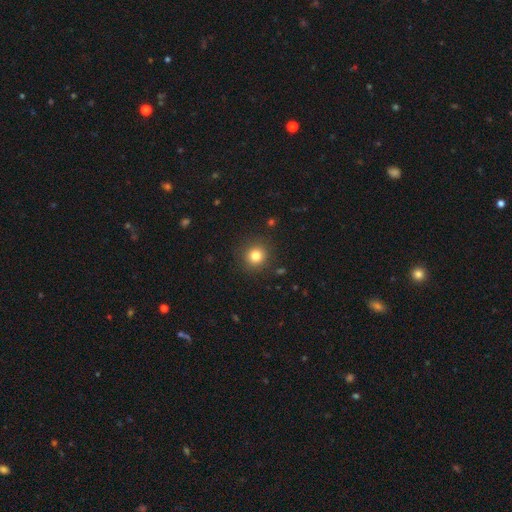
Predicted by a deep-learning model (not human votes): A smooth galaxy with no disk features (81%) that is round (92%).

Vote fractions:
- Smooth or featured? smooth: 81% / star or artifact: 12% / featured or disk: 6%
- How rounded? round: 92% / in between: 7% / cigar-shaped: 1%
- Merging? none: 90% / minor disturbance: 7% / major disturbance: 3% / merger: 1%